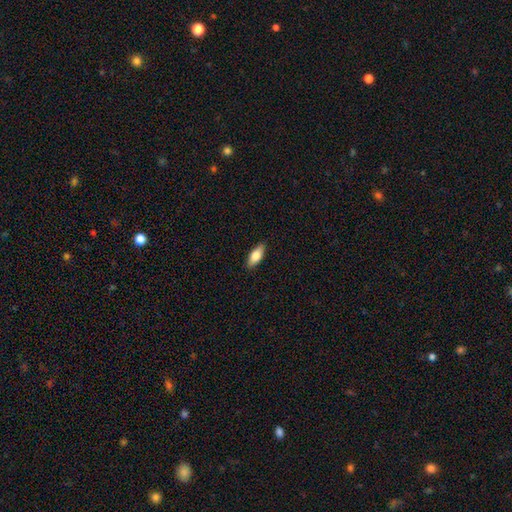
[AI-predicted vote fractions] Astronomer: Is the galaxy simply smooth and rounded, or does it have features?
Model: smooth — 77%.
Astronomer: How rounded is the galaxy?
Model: in between — 78%.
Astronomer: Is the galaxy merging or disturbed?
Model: none — 88%.